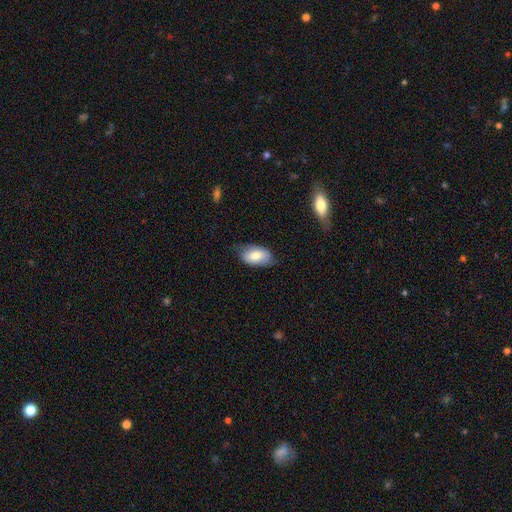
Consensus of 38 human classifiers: Smooth or featured? smooth (74%)
How rounded? in between (79%)
Merging? none (47%)